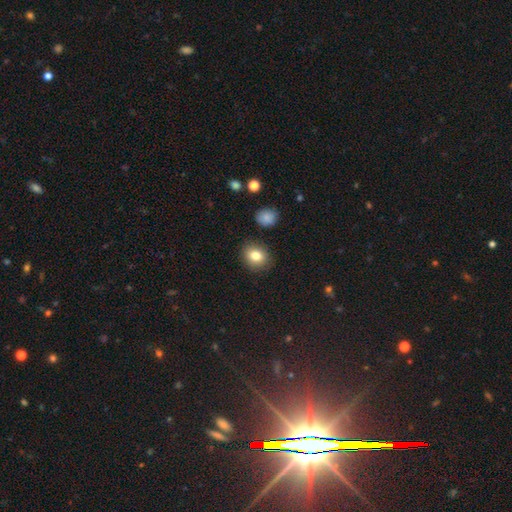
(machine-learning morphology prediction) type=smooth (82%); roundness=round (63%); merging=none (87%).